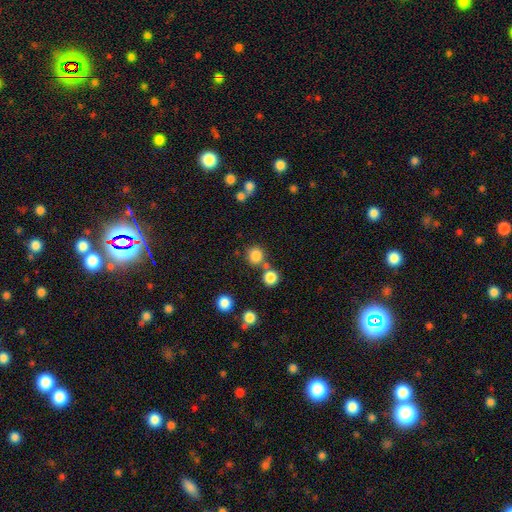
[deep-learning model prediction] Overall: smooth (82%). How rounded: round (91%). Merging: none (70%).